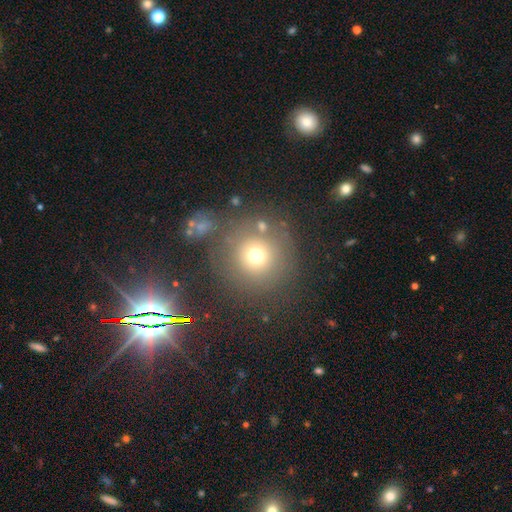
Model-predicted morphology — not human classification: A smooth galaxy with no disk features (69%) that is round (94%). Merging: none (74%).